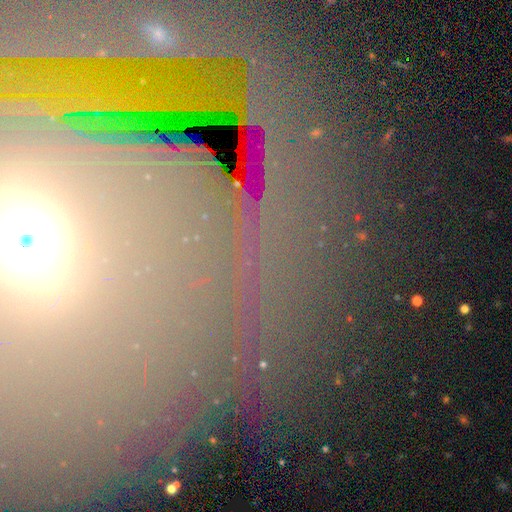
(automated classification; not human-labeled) smooth-or-featured: star or artifact: 53% | featured or disk: 28% | smooth: 19%